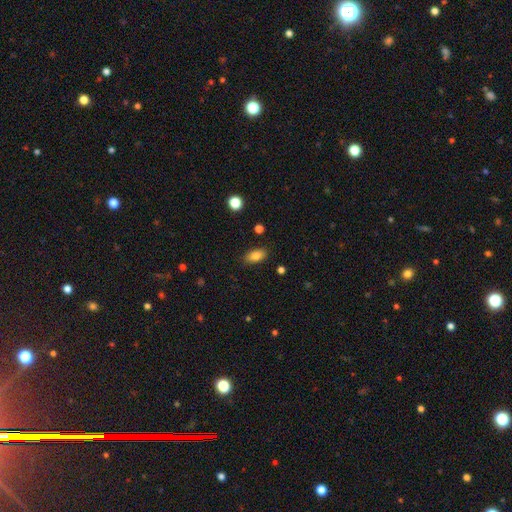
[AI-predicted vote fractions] A smooth galaxy with no disk features (83%) that is in between round and cigar-shaped (89%). Merging: none (86%).